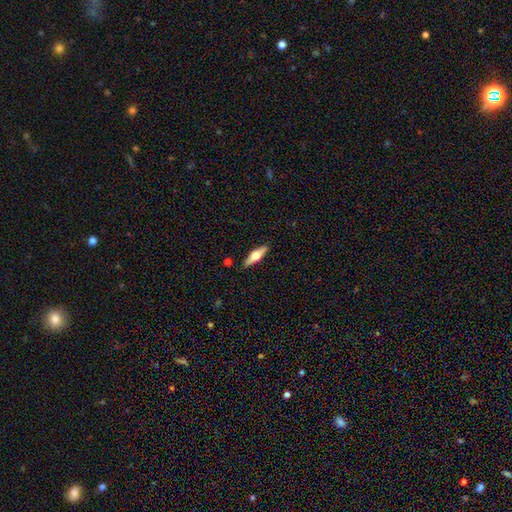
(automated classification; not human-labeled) A featured or disk galaxy (58%) viewed edge-on (95%) with a rounded central bulge (94%).

Vote fractions:
- Smooth or featured? featured or disk: 58% / smooth: 36% / star or artifact: 6%
- Edge-on disk? yes: 95% / no: 5%
- Edge-on bulge? rounded: 94% / boxy: 5% / none: 2%
- Merging? none: 89% / minor disturbance: 8% / major disturbance: 2% / merger: 1%